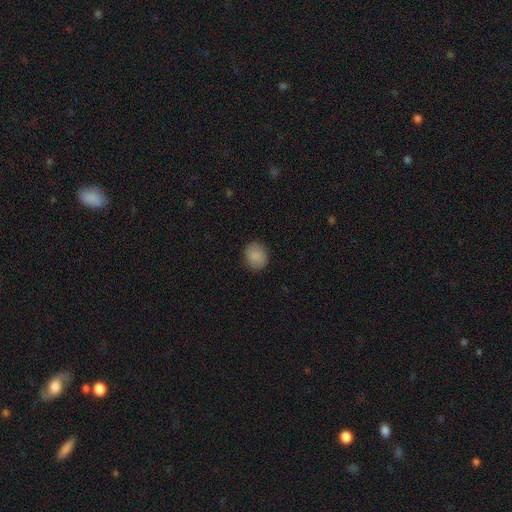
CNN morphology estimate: Smooth or featured?
  - smooth: 87% *
  - star or artifact: 8%
  - featured or disk: 6%
How rounded?
  - round: 65% *
  - in between: 34%
  - cigar-shaped: 1%
Merging?
  - none: 87% *
  - minor disturbance: 10%
  - major disturbance: 2%
  - merger: 1%